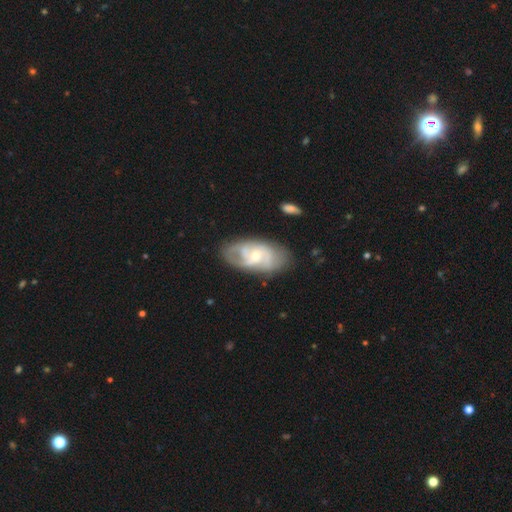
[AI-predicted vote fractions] Overall: featured or disk (76%). Edge-on disk: no (96%). Bar: no (50%; weak 43%). Spiral arms: yes (89%). Spiral arm count: 2 (46%; can't tell 26%). Spiral winding: medium (47%; tight 35%). Bulge size: small (56%; moderate 39%). Merging: none (67%).